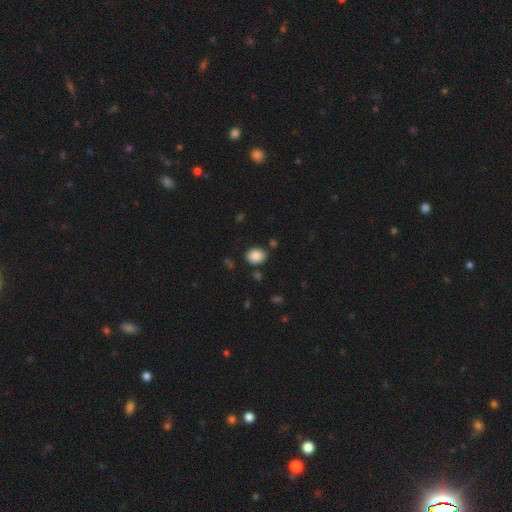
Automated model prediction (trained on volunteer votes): This is clearly a smooth galaxy (86%). How rounded: possibly in between (50%). Merging: clearly none (84%).